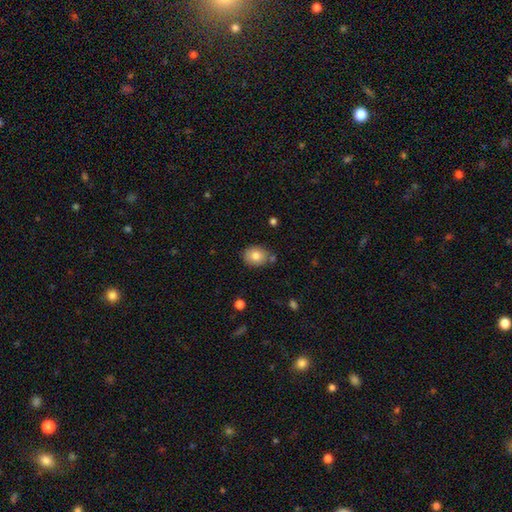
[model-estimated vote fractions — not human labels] Smooth or featured?
  - smooth: 80% *
  - featured or disk: 11%
  - star or artifact: 9%
How rounded?
  - in between: 51% *
  - round: 48%
  - cigar-shaped: 1%
Merging?
  - none: 75% *
  - minor disturbance: 15%
  - merger: 6%
  - major disturbance: 3%